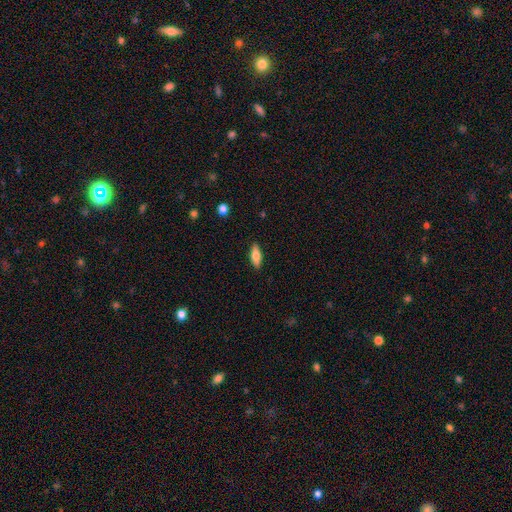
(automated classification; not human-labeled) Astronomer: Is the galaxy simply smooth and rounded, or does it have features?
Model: smooth — 75%.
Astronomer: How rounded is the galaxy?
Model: in between — 69%.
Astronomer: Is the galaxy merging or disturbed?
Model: none — 88%.